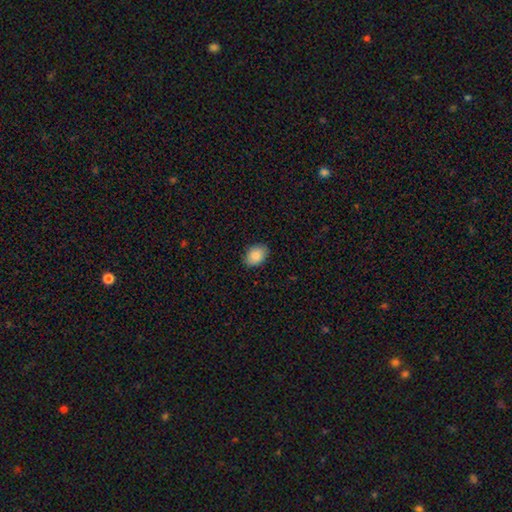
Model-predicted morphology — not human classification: smooth-or-featured: smooth: 88% | star or artifact: 7% | featured or disk: 5%
  how-rounded: in between: 77% | round: 22% | cigar-shaped: 1%
  merging: none: 87% | minor disturbance: 10% | major disturbance: 2% | merger: 1%